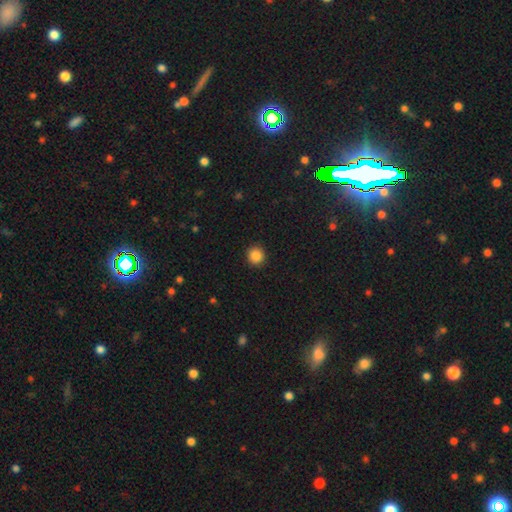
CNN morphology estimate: The model was most divided on "smooth or featured": smooth: 86%, star or artifact: 10%, featured or disk: 4%. More confident: merging — none (92%); how rounded — round (91%).